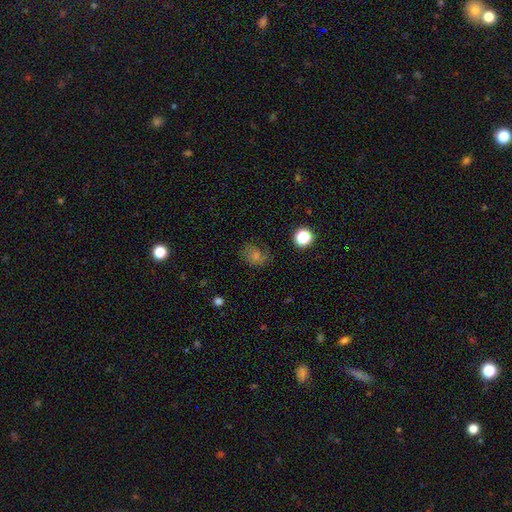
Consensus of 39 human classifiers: smooth-or-featured: featured or disk: 49% | smooth: 41% | star or artifact: 10%
  disk-edge-on: no: 95% | yes: 5%
    bar: no: 78% | weak: 22% | strong: 0%
    has-spiral-arms: yes: 89% | no: 11%
      spiral-winding: tight: 50% | medium: 38% | loose: 12%
      spiral-arm-count: 1: 44% | can't tell: 31% | 2: 19% | 4: 6% | 3: 0% | more than 4: 0%
    bulge-size: moderate: 44% (tied) | small: 44% (tied) | large: 6% | none: 6% | dominant: 0%
  merging: none: 66% | minor disturbance: 17% | major disturbance: 17% | merger: 0%